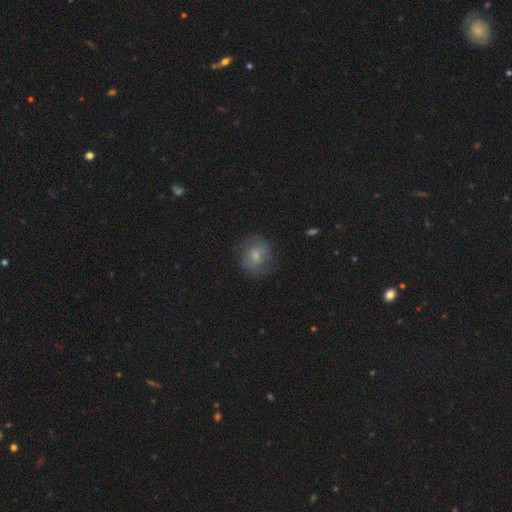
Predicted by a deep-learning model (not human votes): This appears to be a smooth galaxy with no disk features (68%) that is round (63%). Merging: none (73%).